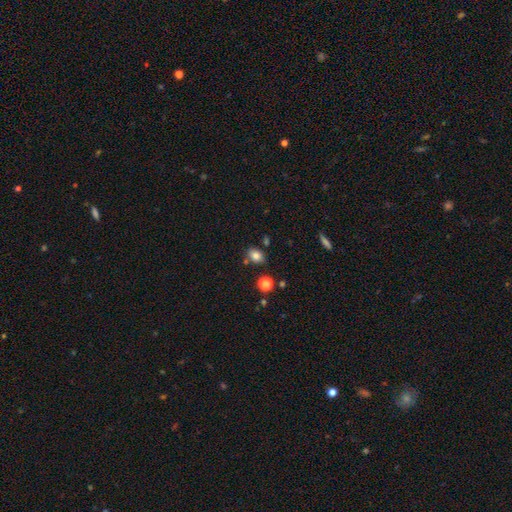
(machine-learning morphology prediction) Smooth or featured? Predicted: smooth (p=0.81). How rounded? Predicted: in between (p=0.64). Merging? Predicted: none (p=0.76).